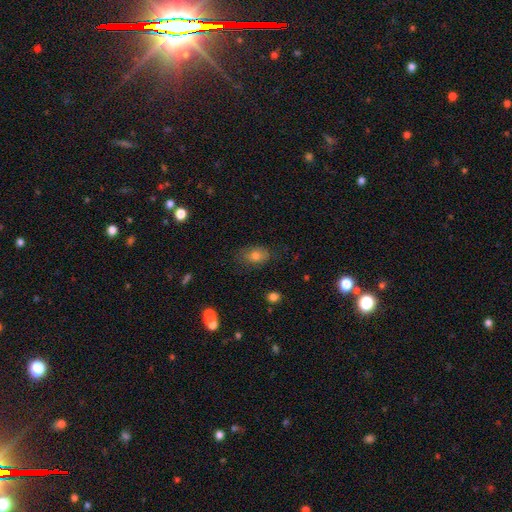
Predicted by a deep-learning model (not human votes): smooth 73%, featured or disk 16%, star or artifact 11%. Down the decision tree: how rounded — in between (84%); merging — none (74%).